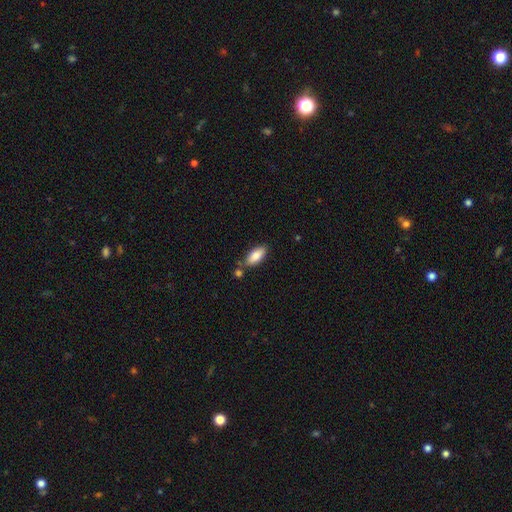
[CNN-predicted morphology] Smooth or featured? smooth (81%)
How rounded? in between (84%)
Merging? none (70%)